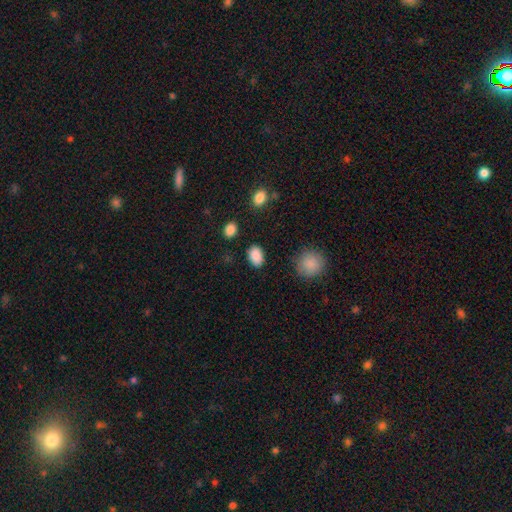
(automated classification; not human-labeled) This is clearly a smooth galaxy (88%). How rounded: clearly in between (81%). Merging: clearly none (85%).